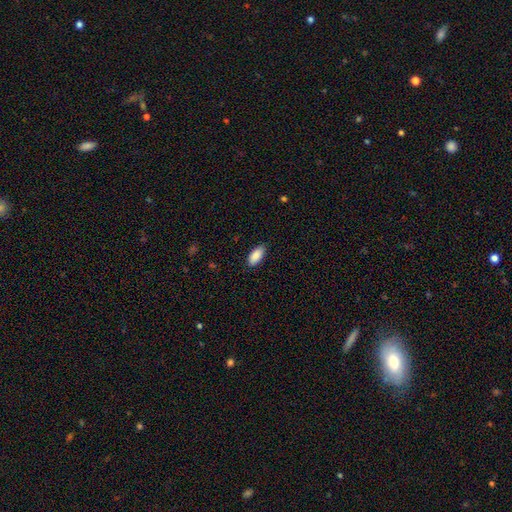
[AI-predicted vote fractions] This appears to be a smooth galaxy with no disk features (89%) that is in between round and cigar-shaped (90%). Merging: none (85%).